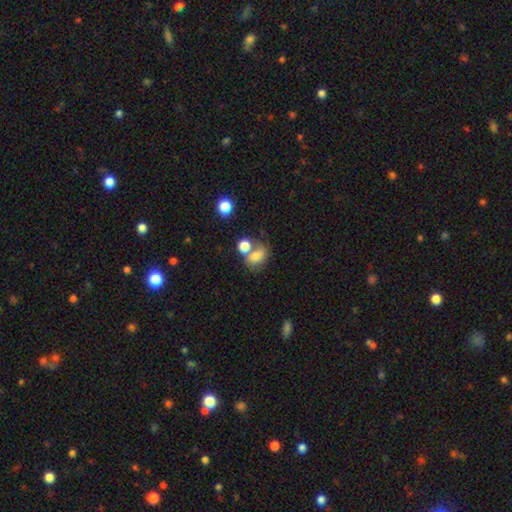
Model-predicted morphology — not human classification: The model was most divided on "merging": merger: 43%, none: 32%, minor disturbance: 15%, major disturbance: 11%. More confident: smooth or featured — smooth (68%); how rounded — in between (60%).